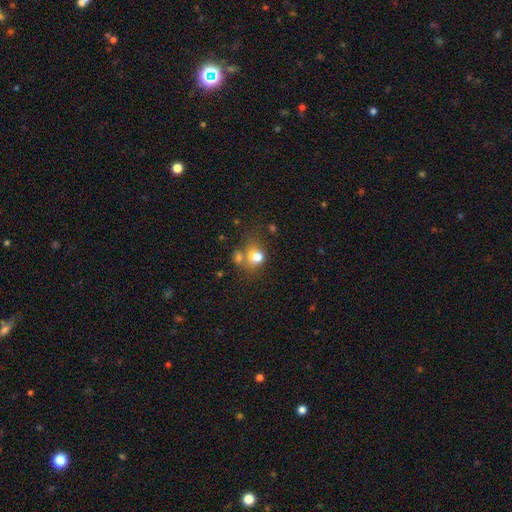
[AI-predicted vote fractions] This appears to be a smooth galaxy with no disk features (70%) that is round (66%). Merging: merger (45%).